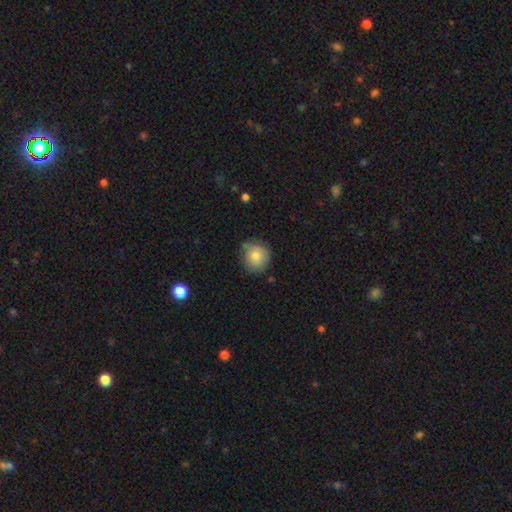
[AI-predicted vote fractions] Smooth or featured?
  - smooth: 80% *
  - featured or disk: 11%
  - star or artifact: 9%
How rounded?
  - round: 86% *
  - in between: 13%
  - cigar-shaped: 1%
Merging?
  - none: 71% *
  - minor disturbance: 23%
  - major disturbance: 4%
  - merger: 2%